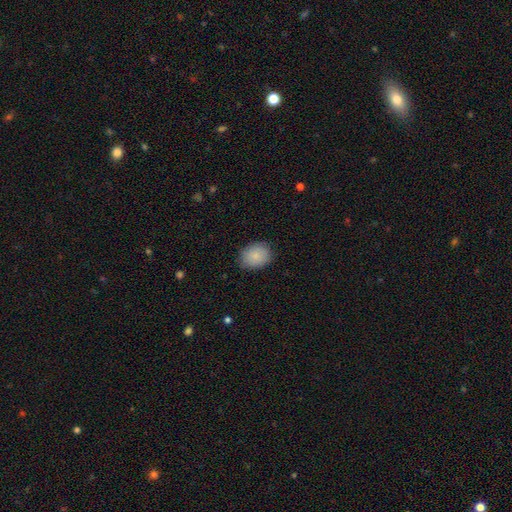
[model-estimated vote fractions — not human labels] smooth_or_featured: smooth (p=0.86) [alt: star or artifact p=0.07]
how_rounded: in between (p=0.55) [alt: round p=0.44]
merging: none (p=0.81) [alt: minor disturbance p=0.15]